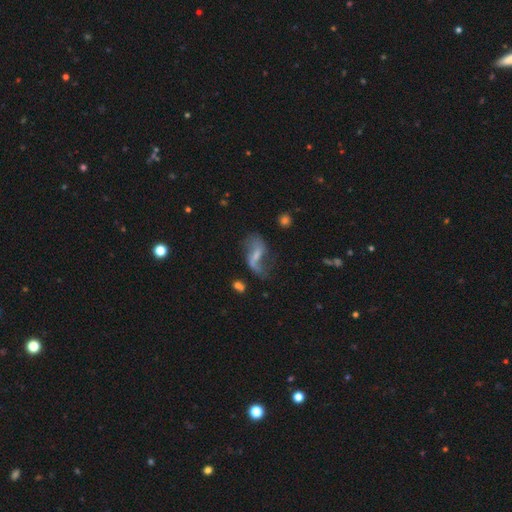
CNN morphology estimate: Smooth or featured?
  - featured or disk: 69% *
  - smooth: 22%
  - star or artifact: 10%
Edge-on disk?
  - no: 95% *
  - yes: 5%
Bar?
  - weak: 44% *
  - no: 28%
  - strong: 28%
Spiral arms?
  - yes: 82% *
  - no: 18%
Spiral winding?
  - loose: 85% *
  - medium: 12%
  - tight: 3%
Spiral arm count?
  - 2: 76% *
  - 1: 16%
  - can't tell: 5%
  - 3: 1%
  - 4: 1%
  - more than 4: 1%
Bulge size?
  - small: 42% *
  - none: 31%
  - moderate: 22%
  - large: 4%
  - dominant: 1%
Merging?
  - none: 41% *
  - major disturbance: 30%
  - minor disturbance: 21%
  - merger: 7%